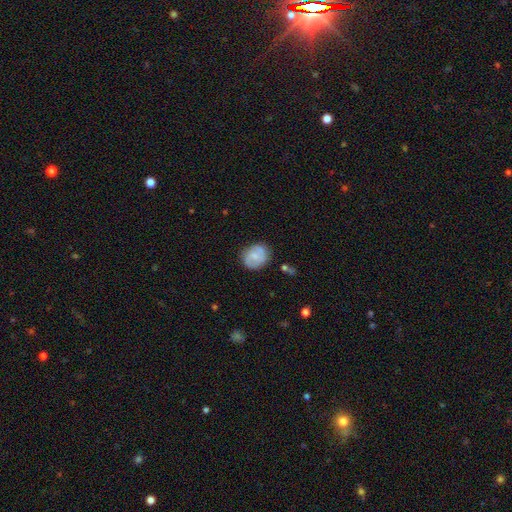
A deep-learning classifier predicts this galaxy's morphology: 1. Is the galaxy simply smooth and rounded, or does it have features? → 56% smooth, 36% featured or disk, 7% star or artifact.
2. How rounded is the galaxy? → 69% round, 30% in between, 1% cigar-shaped.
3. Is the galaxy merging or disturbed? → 75% none, 18% minor disturbance, 5% major disturbance, 3% merger.